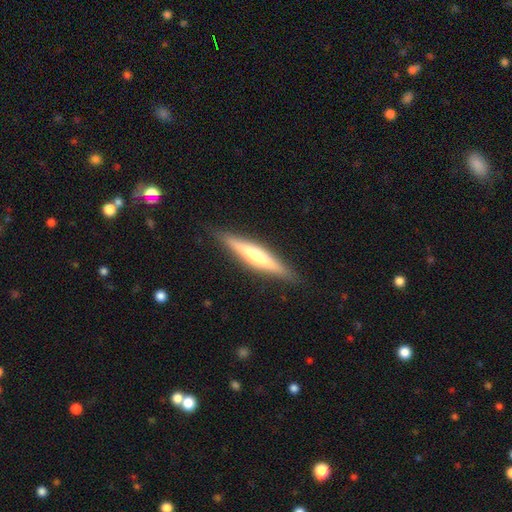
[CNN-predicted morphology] Q: Smooth or featured?
A: featured or disk (54%); runner-up: smooth (40%)
Q: Edge-on disk?
A: yes (95%); runner-up: no (5%)
Q: Edge-on bulge?
A: rounded (73%); runner-up: none (17%)
Q: Merging?
A: none (89%); runner-up: minor disturbance (8%)